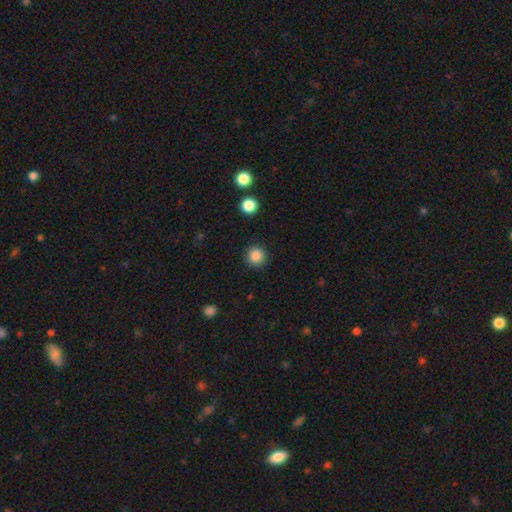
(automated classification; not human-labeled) smooth 86%, star or artifact 10%, featured or disk 3%. Down the decision tree: how rounded — round (95%); merging — none (91%).